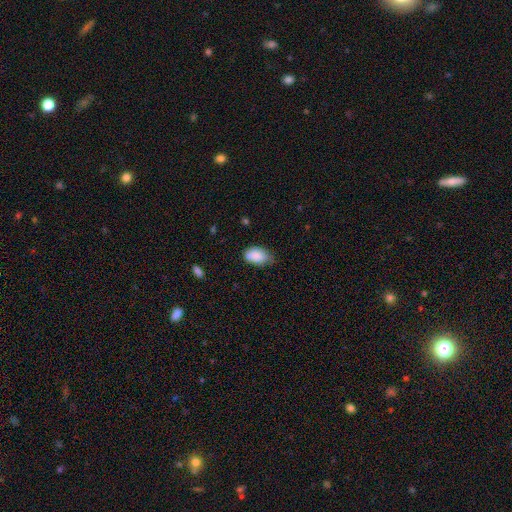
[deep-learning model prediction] smooth-or-featured: smooth: 86% | star or artifact: 7% | featured or disk: 7%
  how-rounded: in between: 91% | round: 7% | cigar-shaped: 2%
  merging: none: 56% | minor disturbance: 37% | major disturbance: 6% | merger: 2%